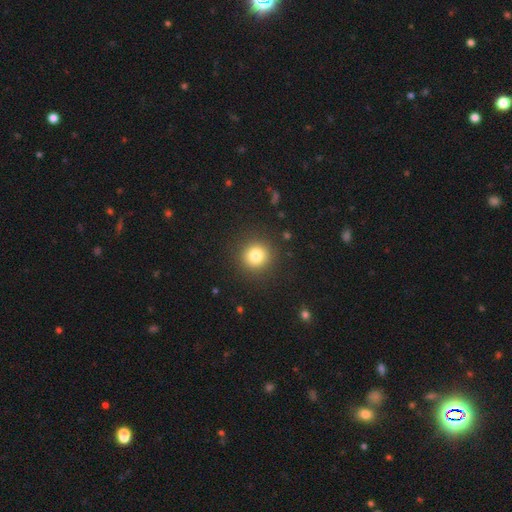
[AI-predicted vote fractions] smooth_or_featured: smooth (p=0.81) [alt: star or artifact p=0.12]
how_rounded: round (p=0.93) [alt: in between p=0.07]
merging: none (p=0.90) [alt: minor disturbance p=0.06]